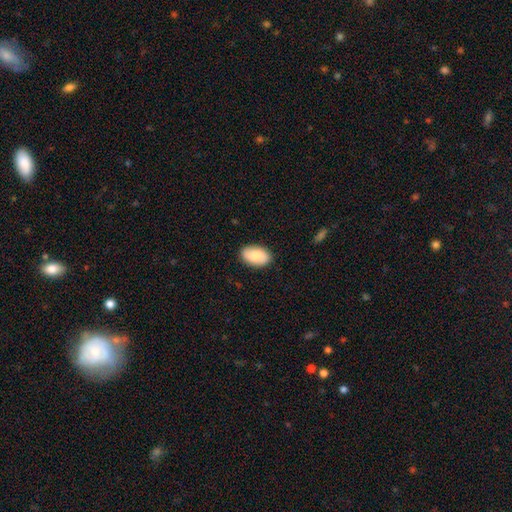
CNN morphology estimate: smooth 77%, featured or disk 17%, star or artifact 6%. Down the decision tree: how rounded — in between (92%); merging — none (87%).